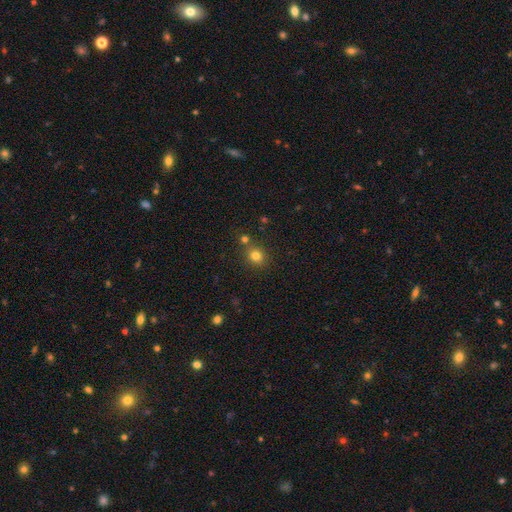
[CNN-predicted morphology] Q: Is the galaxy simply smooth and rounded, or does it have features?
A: smooth — 79%.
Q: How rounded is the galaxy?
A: round — 80%.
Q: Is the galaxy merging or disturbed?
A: none — 73%.